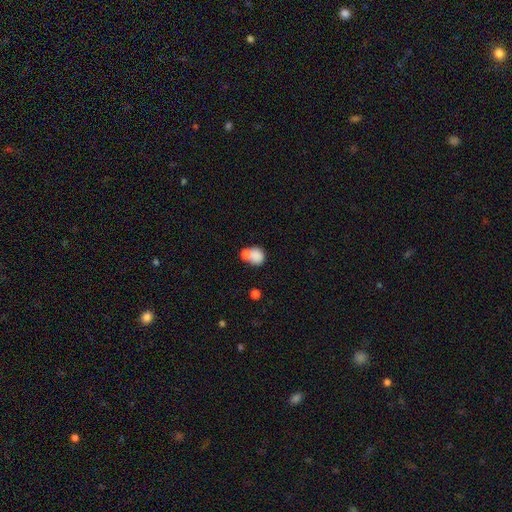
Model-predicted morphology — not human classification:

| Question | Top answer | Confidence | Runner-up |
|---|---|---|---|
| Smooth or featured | smooth | 81% | featured or disk (10%) |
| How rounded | round | 75% | in between (24%) |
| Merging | merger | 46% | none (38%) |